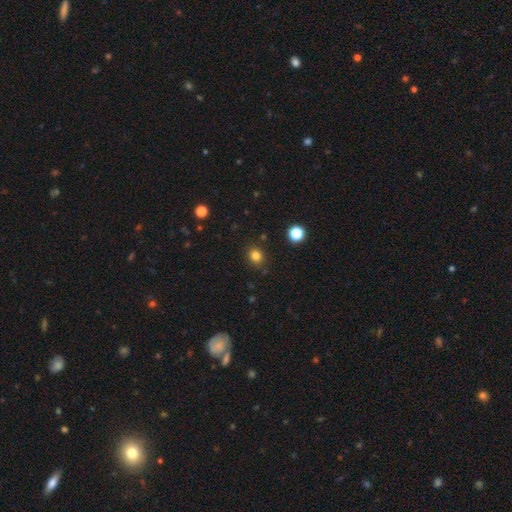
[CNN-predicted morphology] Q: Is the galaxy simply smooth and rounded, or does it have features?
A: smooth — 81%.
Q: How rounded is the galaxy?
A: round — 72%.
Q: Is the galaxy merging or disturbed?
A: none — 87%.